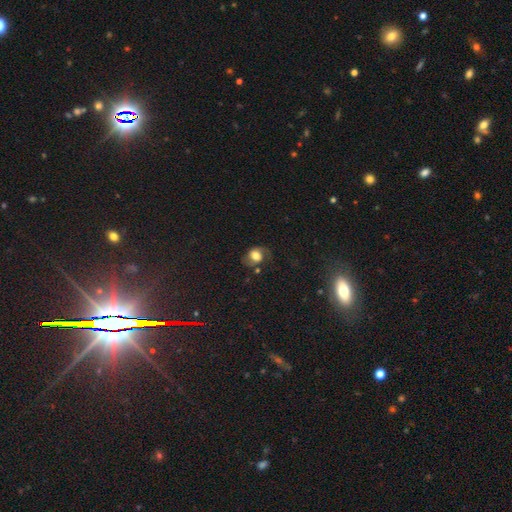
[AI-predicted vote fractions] The model was most divided on "smooth or featured": smooth: 49%, featured or disk: 40%, star or artifact: 11%. More confident: merging — none (58%).